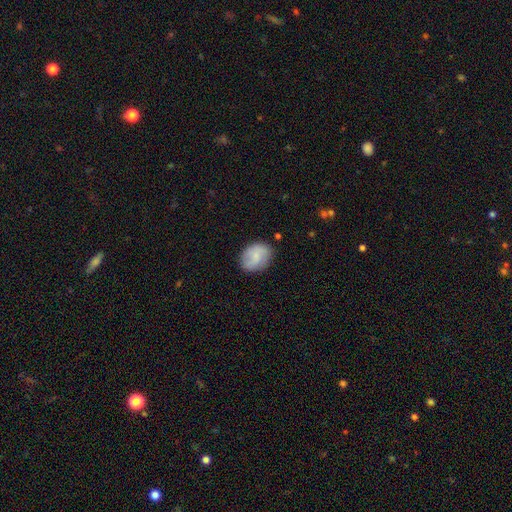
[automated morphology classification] This appears to be a smooth galaxy with no disk features (70%) that is in between round and cigar-shaped (57%). Merging: none (78%).